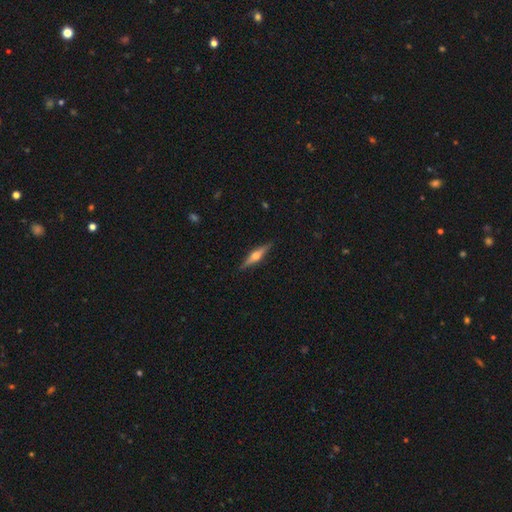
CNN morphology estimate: featured or disk 71%, smooth 23%, star or artifact 6%. Down the decision tree: edge-on disk — yes (97%); edge-on bulge — rounded (90%); merging — none (90%).